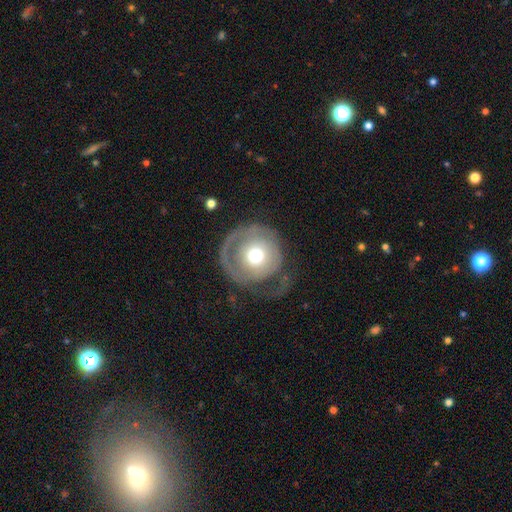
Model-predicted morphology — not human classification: A featured or disk galaxy (52%) with no bar (85%), spiral arms (51%) and a moderate central bulge (66%).

Vote fractions:
- Smooth or featured? featured or disk: 52% / smooth: 41% / star or artifact: 7%
- Edge-on disk? no: 96% / yes: 4%
- Bar? no: 85% / weak: 12% / strong: 4%
- Spiral arms? yes: 51% / no: 49%
- Bulge size? moderate: 66% / large: 21% / small: 9% / dominant: 3% / none: 1%
- Merging? none: 41% / major disturbance: 35% / minor disturbance: 22% / merger: 2%